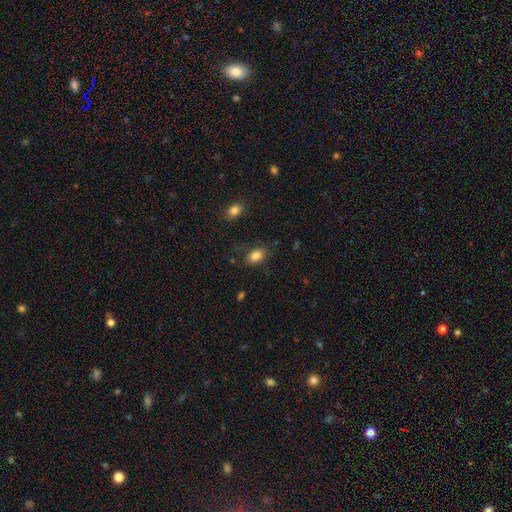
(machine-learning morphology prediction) This appears to be a smooth galaxy with no disk features (84%) that is in between round and cigar-shaped (85%). Merging: none (74%).